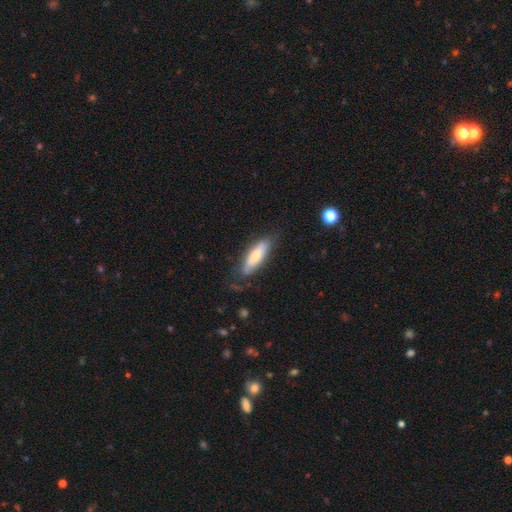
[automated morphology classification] Smooth or featured? smooth (63%)
How rounded? cigar-shaped (49%, tied with in between)
Merging? none (69%)